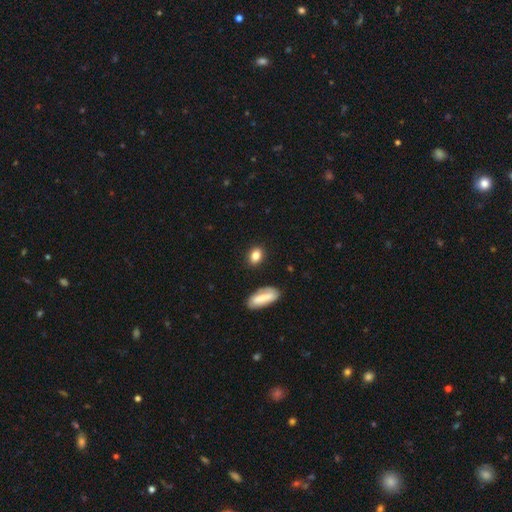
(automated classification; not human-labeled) A smooth galaxy with no disk features (84%) that is in between round and cigar-shaped (69%).

Vote fractions:
- Smooth or featured? smooth: 84% / star or artifact: 8% / featured or disk: 8%
- How rounded? in between: 69% / round: 27% / cigar-shaped: 3%
- Merging? none: 86% / minor disturbance: 10% / major disturbance: 2% / merger: 2%